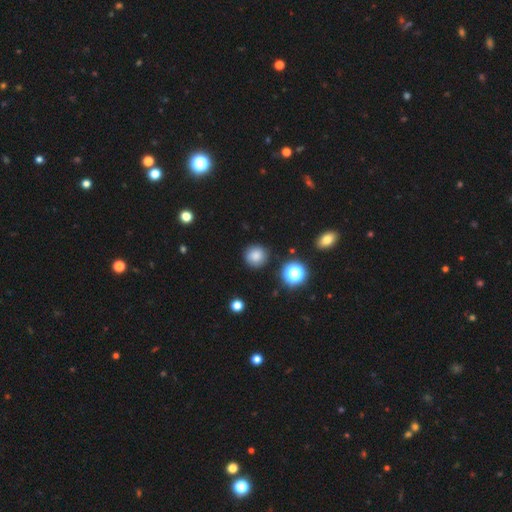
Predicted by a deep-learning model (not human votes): This appears to be a smooth galaxy with no disk features (82%) that is round (93%). Merging: none (89%).